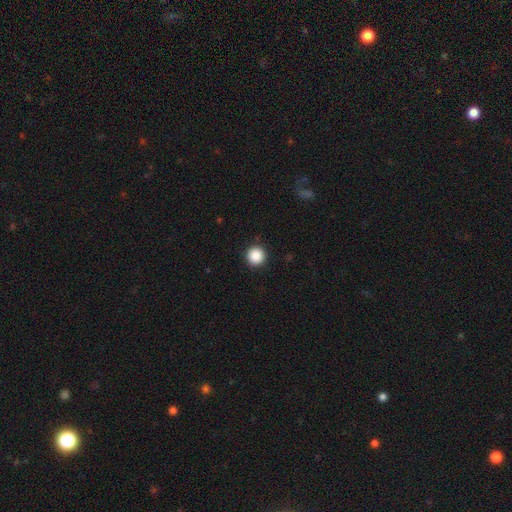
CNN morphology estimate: Smooth or featured?
  - smooth: 88% *
  - star or artifact: 9%
  - featured or disk: 3%
How rounded?
  - round: 96% *
  - in between: 3%
  - cigar-shaped: 1%
Merging?
  - none: 92% *
  - minor disturbance: 5%
  - major disturbance: 2%
  - merger: 1%